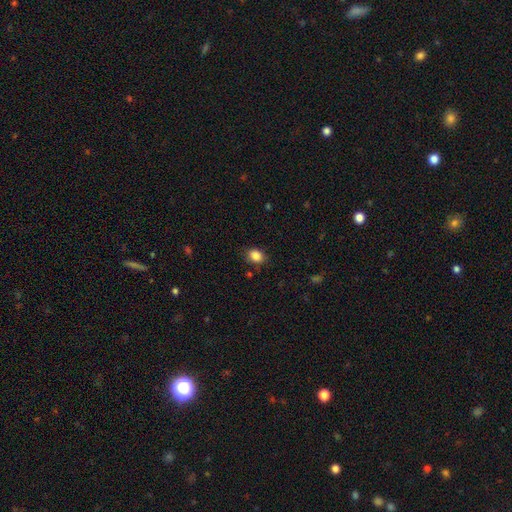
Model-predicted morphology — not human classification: Smooth or featured?
  - smooth: 86% *
  - star or artifact: 10%
  - featured or disk: 4%
How rounded?
  - in between: 53% *
  - round: 46%
  - cigar-shaped: 1%
Merging?
  - none: 82% *
  - minor disturbance: 13%
  - major disturbance: 3%
  - merger: 2%